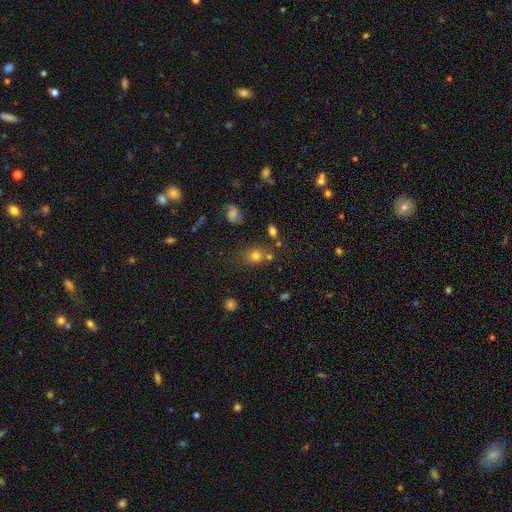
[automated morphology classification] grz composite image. It shows a smooth galaxy with no disk features (75%) that is round (66%). Merging: none (64%).